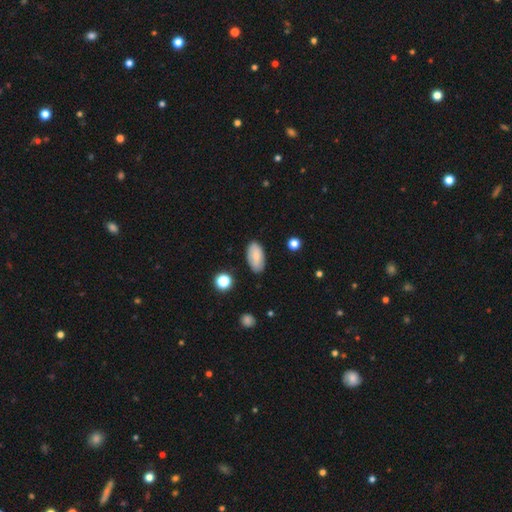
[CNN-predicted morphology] This appears to be a smooth galaxy with no disk features (76%) that is in between round and cigar-shaped (93%). Merging: none (84%).